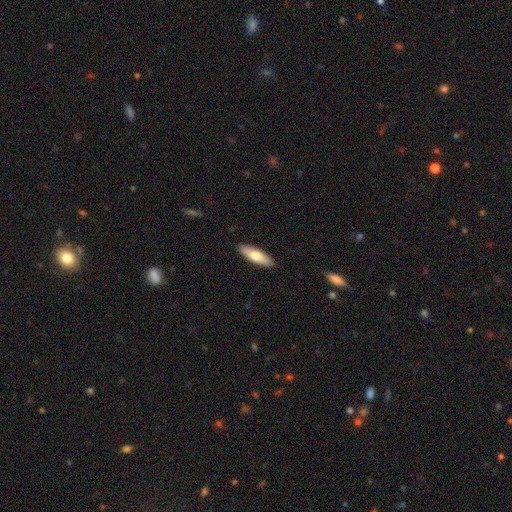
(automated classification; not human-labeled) smooth_or_featured: smooth (p=0.71) [alt: featured or disk p=0.24]
how_rounded: cigar-shaped (p=0.54) [alt: in between p=0.44]
merging: none (p=0.90) [alt: minor disturbance p=0.07]